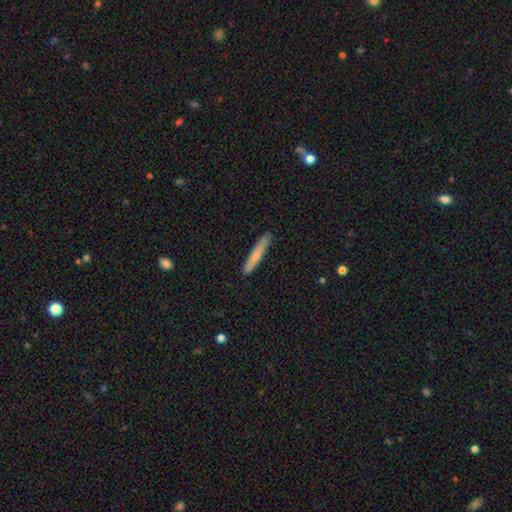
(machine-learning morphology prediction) Smooth or featured: smooth — 67% (featured or disk — 27%)
How rounded: cigar-shaped — 94% (in between — 4%)
Merging: none — 88% (minor disturbance — 9%)